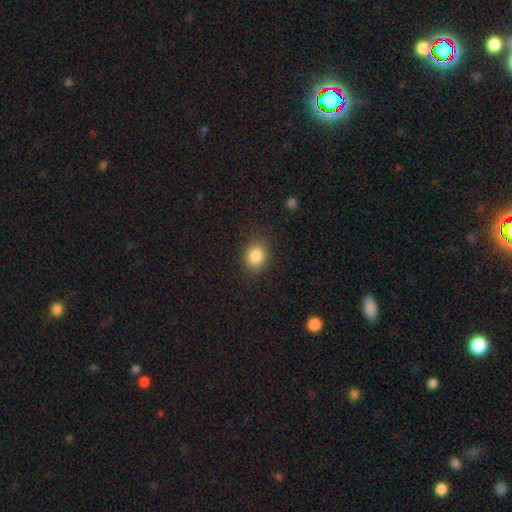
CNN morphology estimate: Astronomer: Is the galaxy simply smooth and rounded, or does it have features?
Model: smooth — 85%.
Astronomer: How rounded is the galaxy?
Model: round — 57% (runner-up: in between, 42%).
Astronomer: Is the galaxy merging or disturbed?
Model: none — 85%.